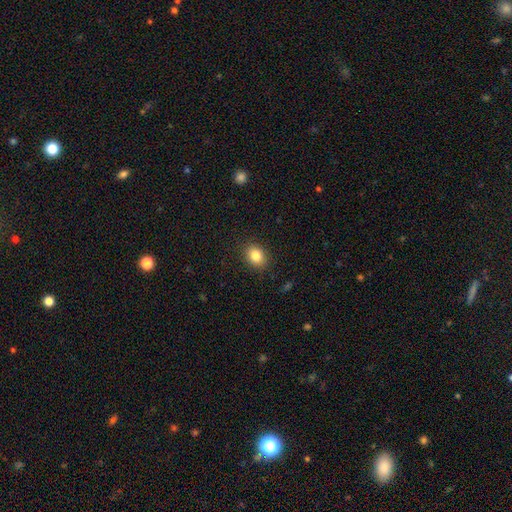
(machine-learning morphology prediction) Overall: smooth (84%). How rounded: in between (52%; round 47%). Merging: none (89%).